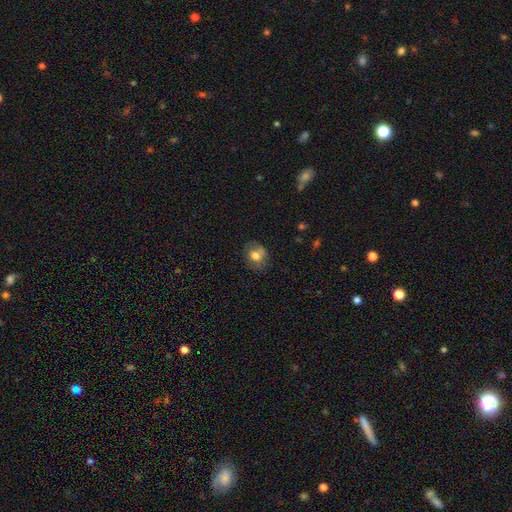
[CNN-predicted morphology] A smooth galaxy with no disk features (69%) that is round (61%). Merging: none (64%).